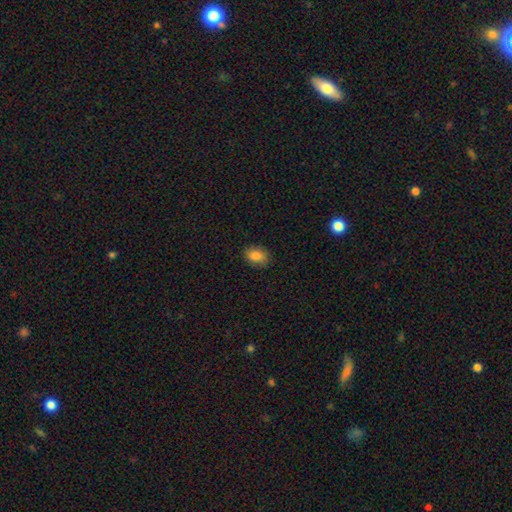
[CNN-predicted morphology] This is clearly a smooth galaxy (84%). How rounded: likely in between (73%). Merging: clearly none (82%).